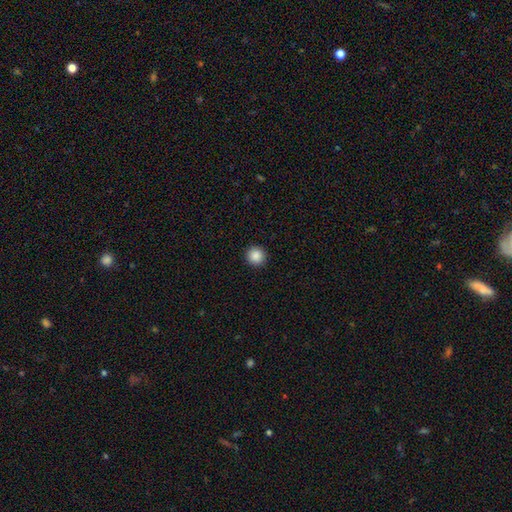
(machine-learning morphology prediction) A smooth galaxy with no disk features (88%) that is round (95%). Merging: none (93%).